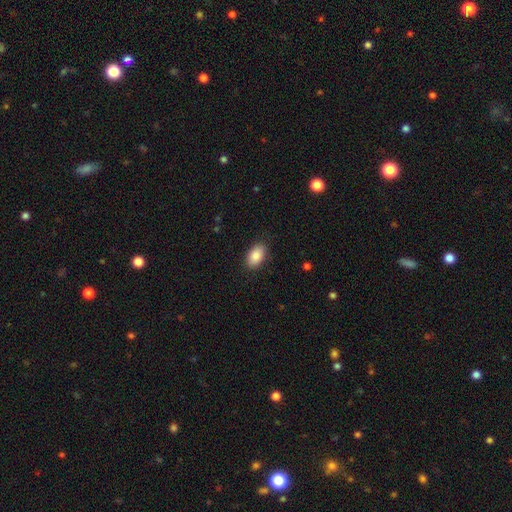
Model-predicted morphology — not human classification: Smooth or featured? Predicted: smooth (p=0.88). How rounded? Predicted: in between (p=0.92). Merging? Predicted: none (p=0.87).